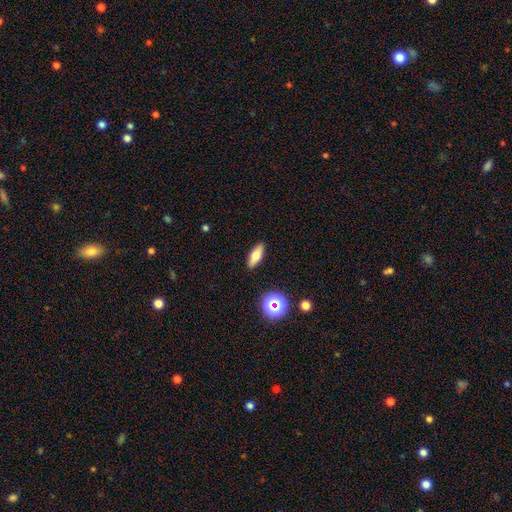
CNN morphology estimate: smooth_or_featured: smooth (p=0.70) [alt: featured or disk p=0.20]
how_rounded: in between (p=0.64) [alt: cigar-shaped p=0.31]
merging: none (p=0.89) [alt: minor disturbance p=0.07]